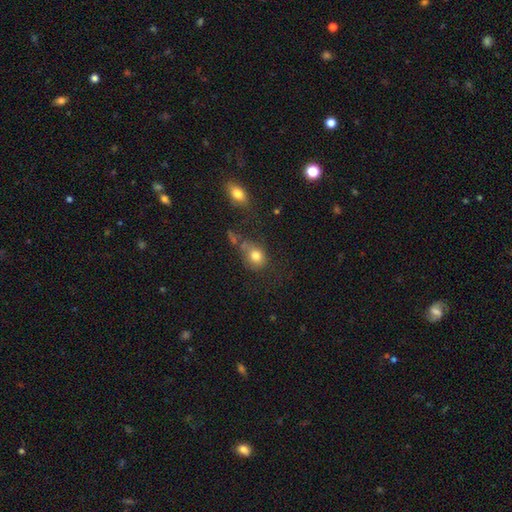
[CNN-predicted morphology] Smooth or featured?
  - smooth: 78% *
  - featured or disk: 12%
  - star or artifact: 10%
How rounded?
  - in between: 49% * (tied)
  - round: 49% * (tied)
  - cigar-shaped: 2%
Merging?
  - none: 41% *
  - minor disturbance: 24%
  - merger: 18%
  - major disturbance: 17%